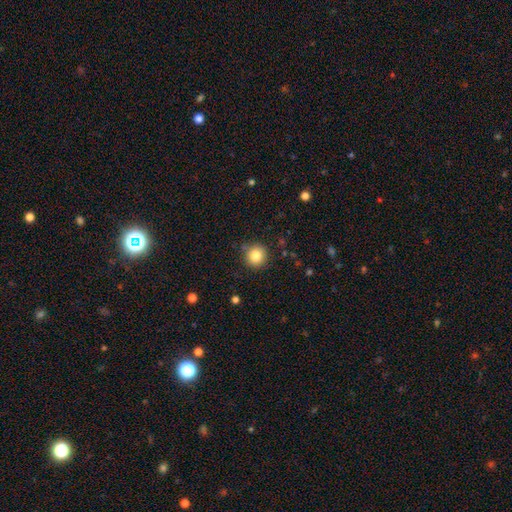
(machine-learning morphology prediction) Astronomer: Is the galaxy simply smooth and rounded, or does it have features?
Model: smooth — 83%.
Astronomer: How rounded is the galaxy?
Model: round — 92%.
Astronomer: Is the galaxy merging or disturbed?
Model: none — 86%.